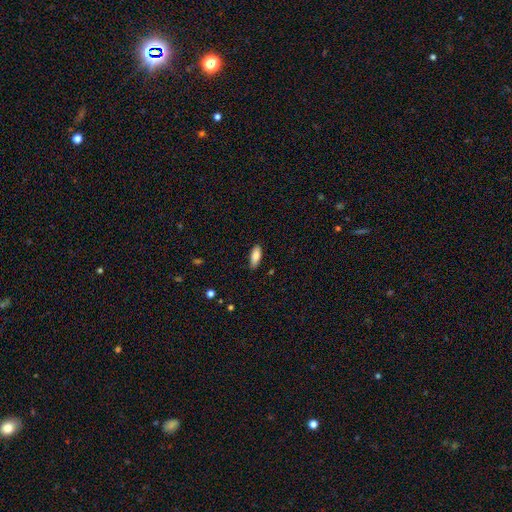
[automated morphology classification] This is clearly a smooth galaxy (86%). How rounded: likely in between (79%). Merging: clearly none (84%).